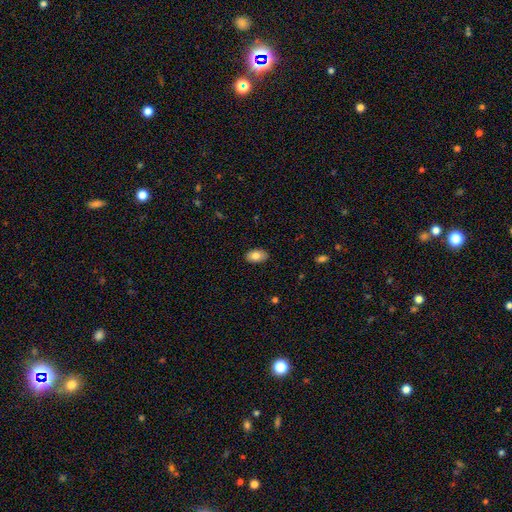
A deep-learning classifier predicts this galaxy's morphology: Smooth or featured? smooth (82%)
How rounded? in between (92%)
Merging? none (87%)